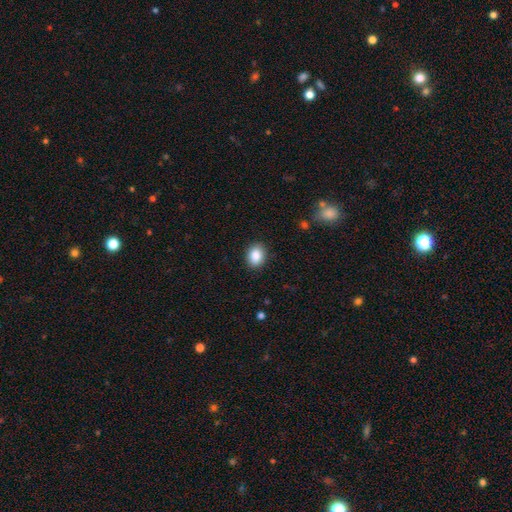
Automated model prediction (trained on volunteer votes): This appears to be a smooth galaxy with no disk features (88%) that is in between round and cigar-shaped (65%). Merging: none (89%).